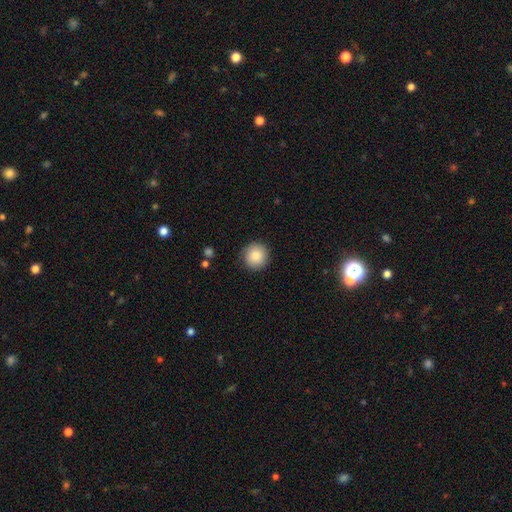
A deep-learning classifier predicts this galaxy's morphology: This is clearly a smooth galaxy (85%). How rounded: clearly round (95%). Merging: clearly none (89%).